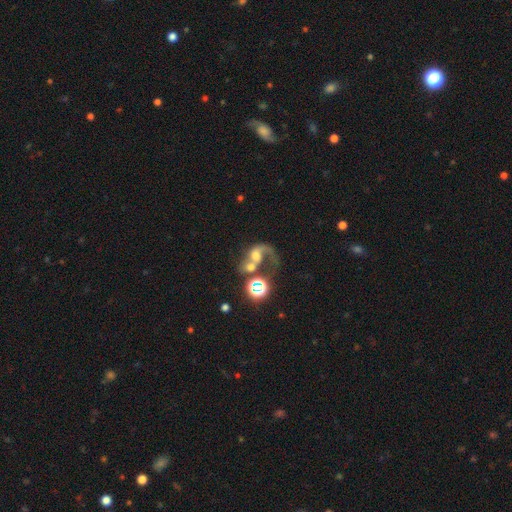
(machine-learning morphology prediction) smooth_or_featured: featured or disk (p=0.58) [alt: smooth p=0.26]
disk_edge_on: no (p=0.97) [alt: yes p=0.03]
bar: no (p=0.63) [alt: weak p=0.27]
has_spiral_arms: yes (p=0.78) [alt: no p=0.22]
bulge_size: moderate (p=0.44) [alt: large p=0.21]
merging: merger (p=0.51) [alt: major disturbance p=0.27]